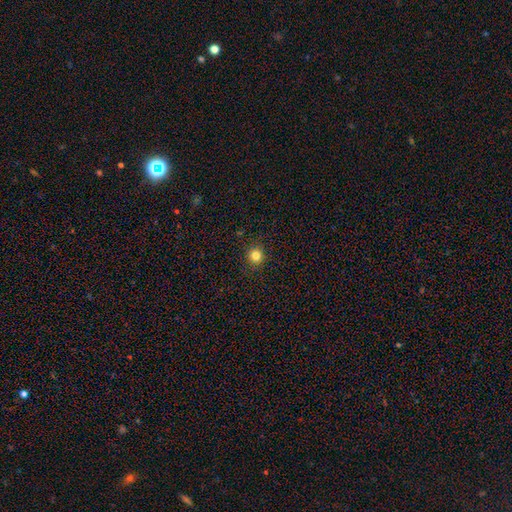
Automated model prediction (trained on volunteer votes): smooth-or-featured: smooth: 81% | star or artifact: 13% | featured or disk: 5%
  how-rounded: round: 93% | in between: 6% | cigar-shaped: 1%
  merging: none: 91% | minor disturbance: 6% | major disturbance: 2% | merger: 1%